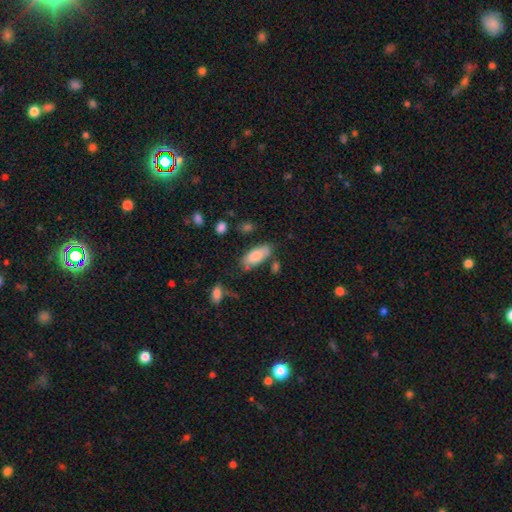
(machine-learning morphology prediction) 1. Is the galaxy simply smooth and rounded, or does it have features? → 78% smooth, 15% featured or disk, 7% star or artifact.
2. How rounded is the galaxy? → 80% in between, 18% cigar-shaped, 2% round.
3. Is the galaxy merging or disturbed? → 68% none, 20% minor disturbance, 8% merger, 5% major disturbance.